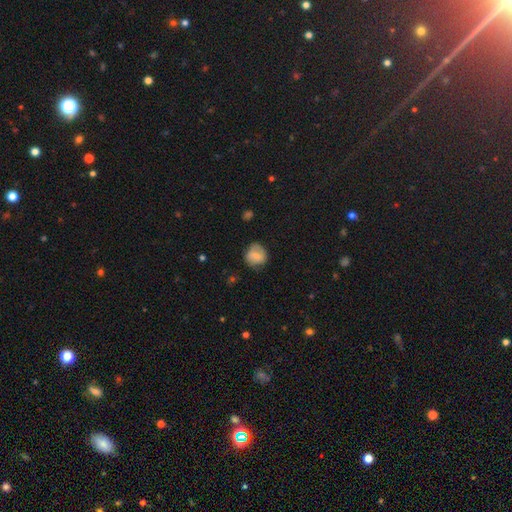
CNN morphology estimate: This appears to be a smooth galaxy with no disk features (72%) that is round (82%). Merging: none (70%).